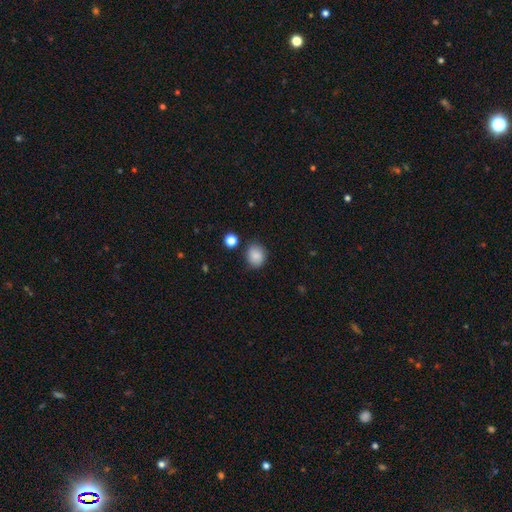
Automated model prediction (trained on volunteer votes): This appears to be a smooth galaxy with no disk features (86%) that is round (70%). Merging: none (81%).